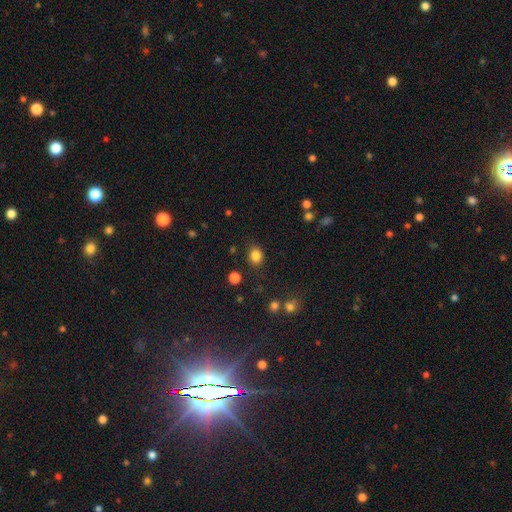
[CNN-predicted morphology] Smooth or featured? Predicted: smooth (p=0.83). How rounded? Predicted: round (p=0.57). Merging? Predicted: none (p=0.84).